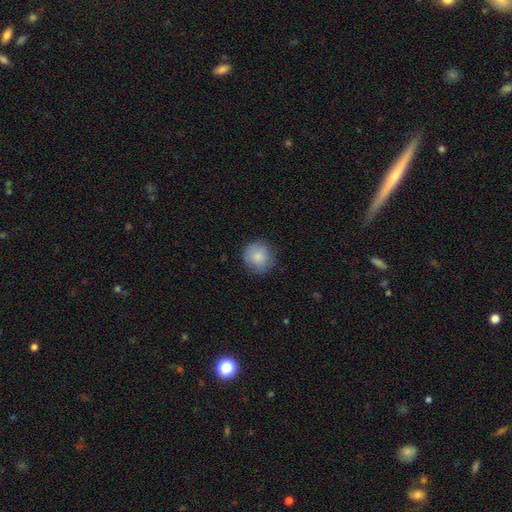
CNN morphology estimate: type=smooth (85%); roundness=round (91%); merging=none (82%).